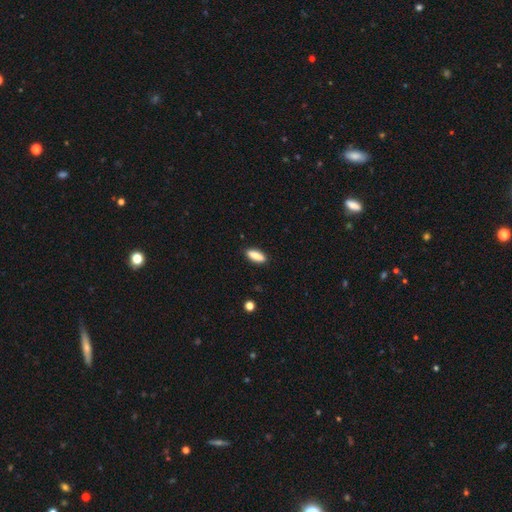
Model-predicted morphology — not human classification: Overall: smooth (87%). How rounded: in between (64%; cigar-shaped 33%). Merging: none (88%).